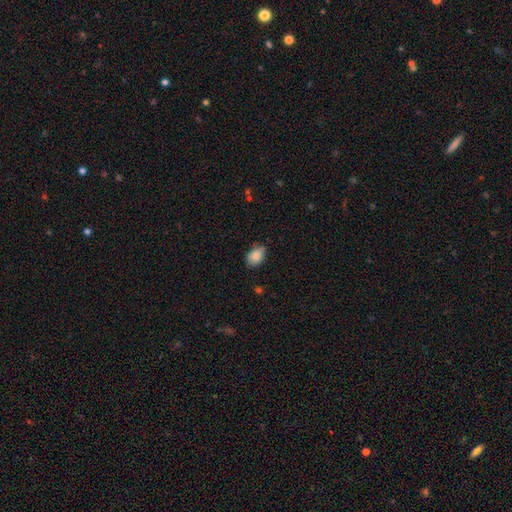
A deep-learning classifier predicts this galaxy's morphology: type=smooth (85%); roundness=in between (83%); merging=none (72%).